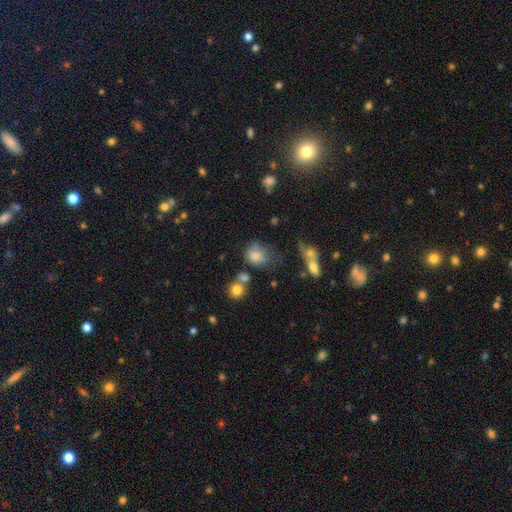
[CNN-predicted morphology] smooth_or_featured: smooth (p=0.72) [alt: featured or disk p=0.15]
how_rounded: round (p=0.54) [alt: in between p=0.45]
merging: none (p=0.35) [alt: minor disturbance p=0.25]